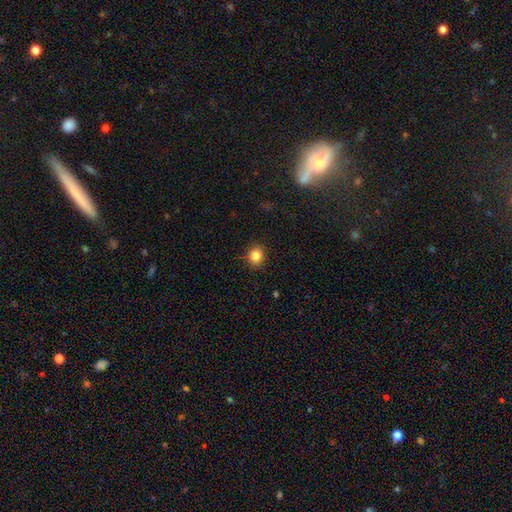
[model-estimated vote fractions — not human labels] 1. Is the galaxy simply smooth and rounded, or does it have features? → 85% smooth, 11% star or artifact, 5% featured or disk.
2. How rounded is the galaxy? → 80% round, 19% in between, 1% cigar-shaped.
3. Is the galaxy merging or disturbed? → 88% none, 8% minor disturbance, 2% major disturbance, 1% merger.